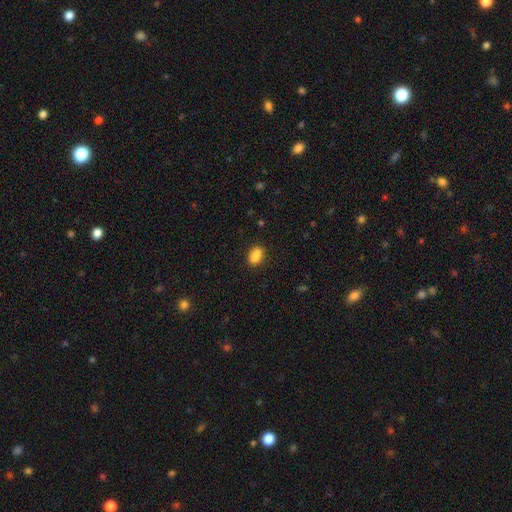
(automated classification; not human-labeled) smooth-or-featured: smooth: 85% | star or artifact: 9% | featured or disk: 6%
  how-rounded: in between: 82% | round: 13% | cigar-shaped: 5%
  merging: none: 71% | minor disturbance: 13% | merger: 12% | major disturbance: 4%